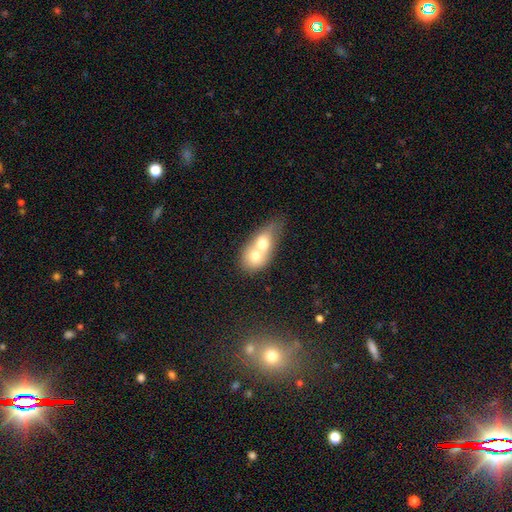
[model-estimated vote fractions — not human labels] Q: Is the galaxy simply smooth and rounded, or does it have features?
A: smooth — 63%.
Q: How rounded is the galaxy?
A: in between — 57%.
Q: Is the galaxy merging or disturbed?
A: merger — 79%.